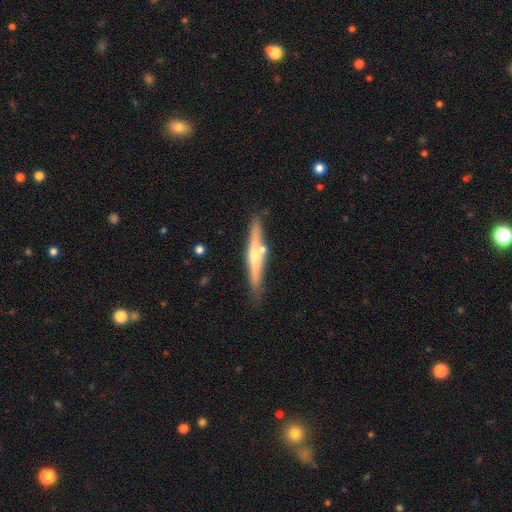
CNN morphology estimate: Smooth or featured: featured or disk — 66% (smooth — 28%)
Edge-on disk: yes — 95% (no — 5%)
Edge-on bulge: rounded — 86% (none — 10%)
Merging: none — 77% (minor disturbance — 12%)